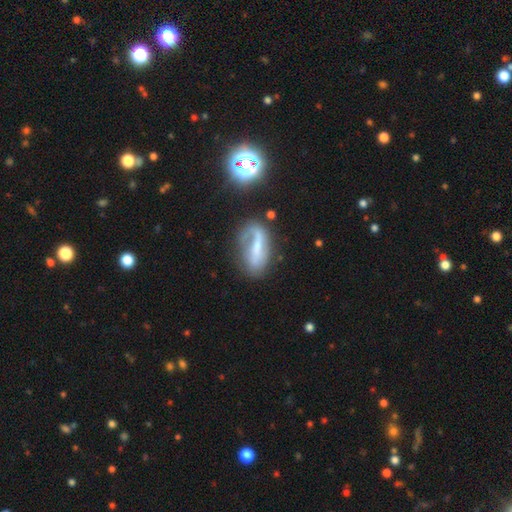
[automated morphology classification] This appears to be a featured or disk galaxy (57%) with a strong bar (48%), spiral arms (66%) and a small central bulge (33%). Merging: none (45%).